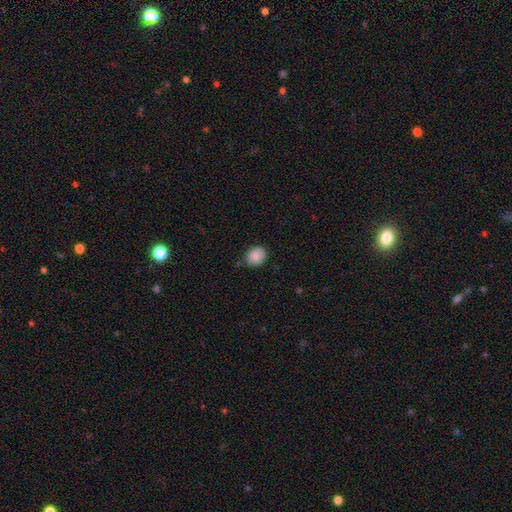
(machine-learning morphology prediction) type=smooth (88%); roundness=round (64%); merging=none (79%).